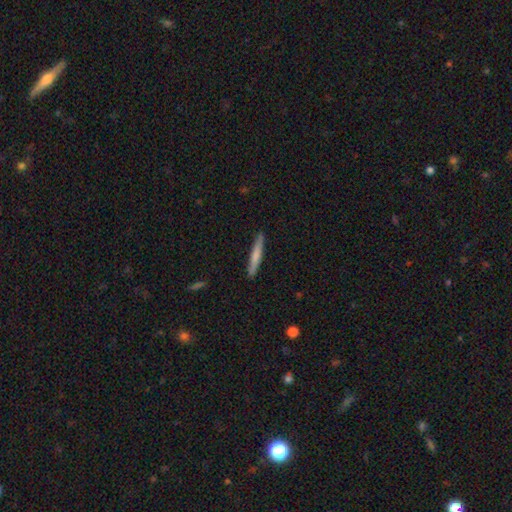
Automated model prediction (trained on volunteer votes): A smooth galaxy with no disk features (65%) that is cigar-shaped (95%).

Vote fractions:
- Smooth or featured? smooth: 65% / featured or disk: 29% / star or artifact: 5%
- How rounded? cigar-shaped: 95% / in between: 4% / round: 1%
- Merging? none: 90% / minor disturbance: 8% / major disturbance: 1% / merger: 1%